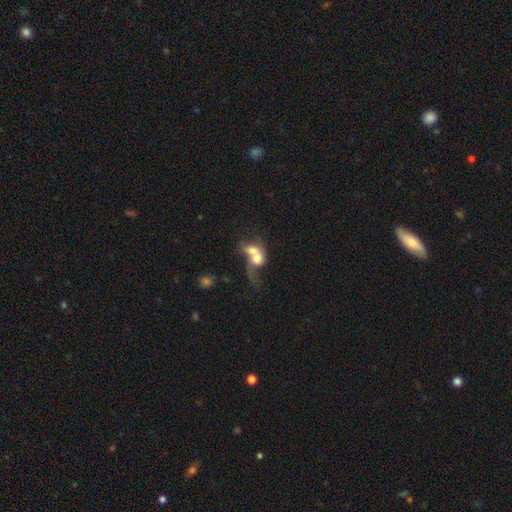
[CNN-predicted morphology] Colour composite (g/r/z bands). It shows a smooth galaxy with no disk features (53%) that is round (49%). Merging: merger (78%).